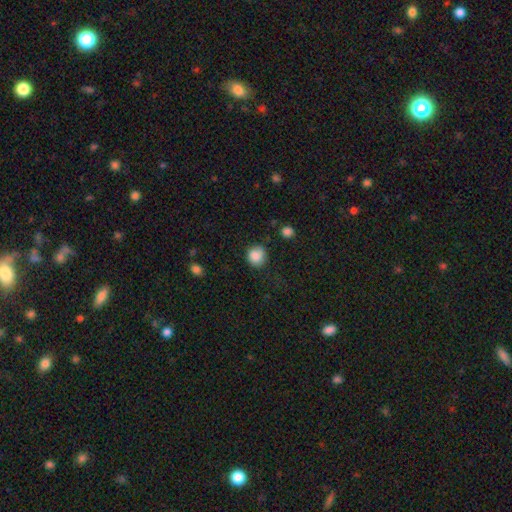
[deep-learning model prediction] smooth 87%, star or artifact 9%, featured or disk 4%. Down the decision tree: how rounded — round (85%); merging — none (75%).